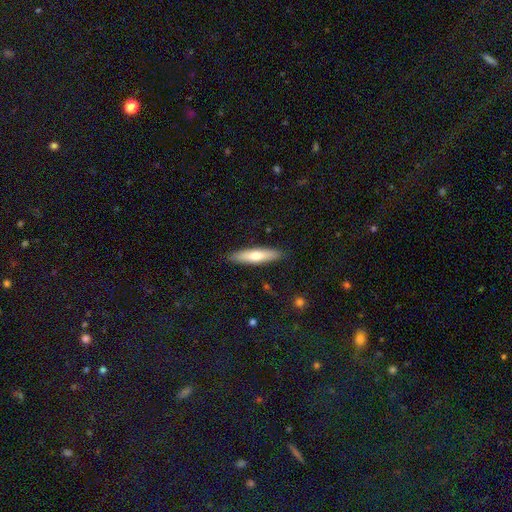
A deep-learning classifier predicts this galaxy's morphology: Smooth or featured? Predicted: smooth (p=0.64). How rounded? Predicted: cigar-shaped (p=0.77). Merging? Predicted: none (p=0.89).